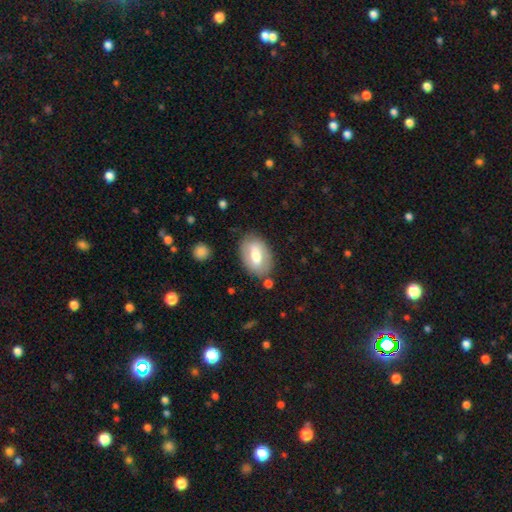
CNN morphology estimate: This is possibly a smooth galaxy (55%). How rounded: clearly in between (88%). Merging: likely none (78%).